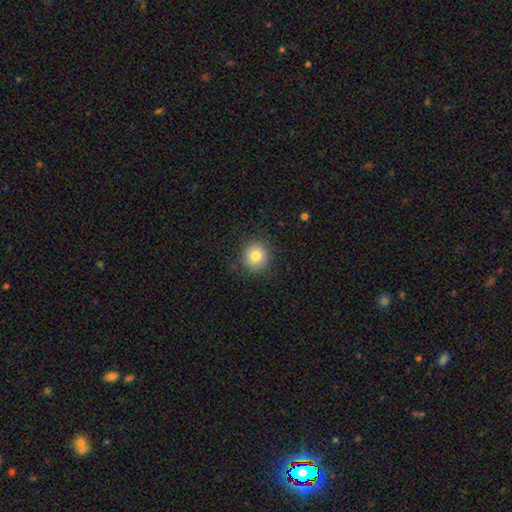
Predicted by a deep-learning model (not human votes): smooth 81%, star or artifact 11%, featured or disk 9%. Down the decision tree: how rounded — round (92%); merging — none (88%).